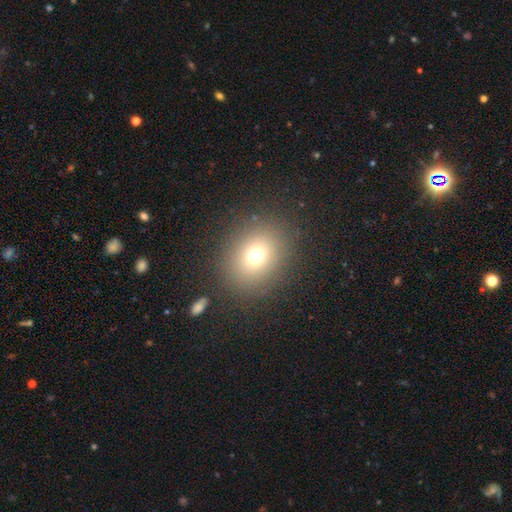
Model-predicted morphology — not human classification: Q: Smooth or featured?
A: smooth (72%); runner-up: star or artifact (16%)
Q: How rounded?
A: round (64%); runner-up: in between (35%)
Q: Merging?
A: none (85%); runner-up: minor disturbance (8%)